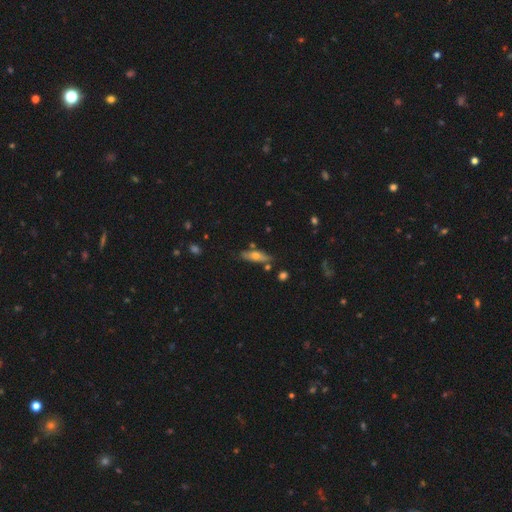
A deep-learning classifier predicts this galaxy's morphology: Smooth or featured?
  - smooth: 53% *
  - featured or disk: 39%
  - star or artifact: 8%
How rounded?
  - cigar-shaped: 53% *
  - in between: 44%
  - round: 3%
Merging?
  - none: 76% *
  - minor disturbance: 15%
  - merger: 6%
  - major disturbance: 3%